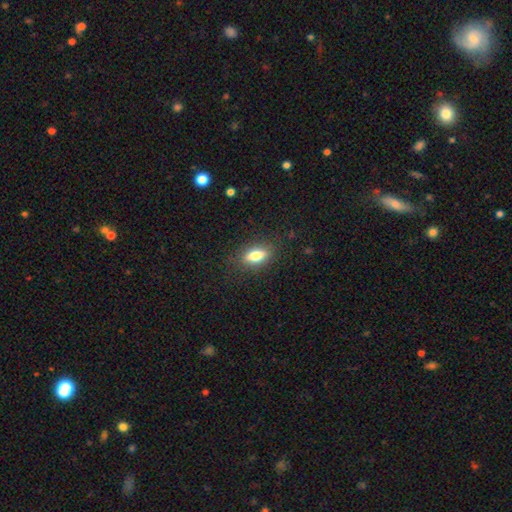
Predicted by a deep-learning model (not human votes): smooth_or_featured: smooth (p=0.75) [alt: featured or disk p=0.17]
how_rounded: in between (p=0.76) [alt: cigar-shaped p=0.19]
merging: none (p=0.85) [alt: minor disturbance p=0.11]